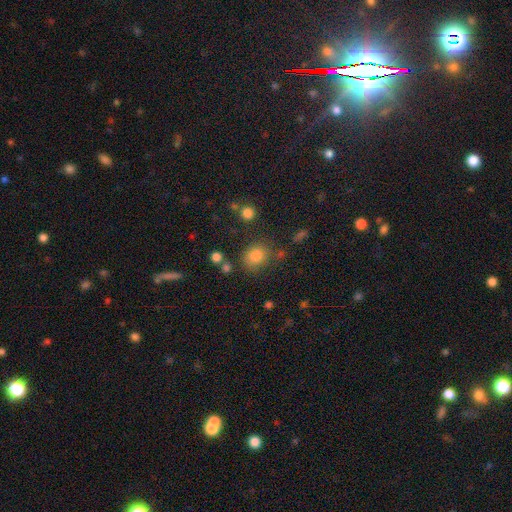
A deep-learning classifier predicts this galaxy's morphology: smooth_or_featured: smooth (p=0.81) [alt: star or artifact p=0.13]
how_rounded: round (p=0.68) [alt: in between p=0.31]
merging: none (p=0.73) [alt: minor disturbance p=0.14]